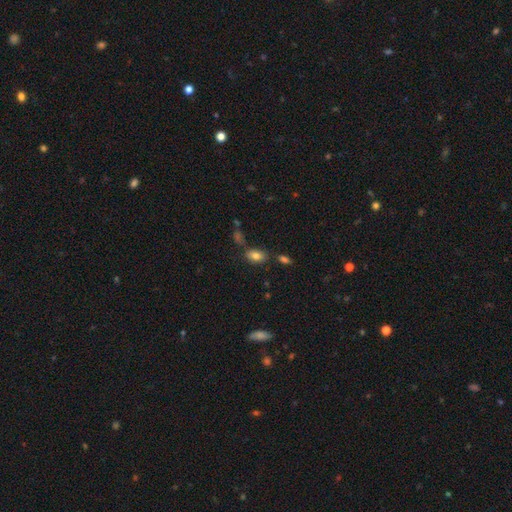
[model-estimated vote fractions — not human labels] Smooth or featured?
  - smooth: 80% *
  - featured or disk: 10%
  - star or artifact: 10%
How rounded?
  - in between: 89% *
  - round: 9%
  - cigar-shaped: 2%
Merging?
  - none: 73% *
  - minor disturbance: 14%
  - merger: 9%
  - major disturbance: 4%